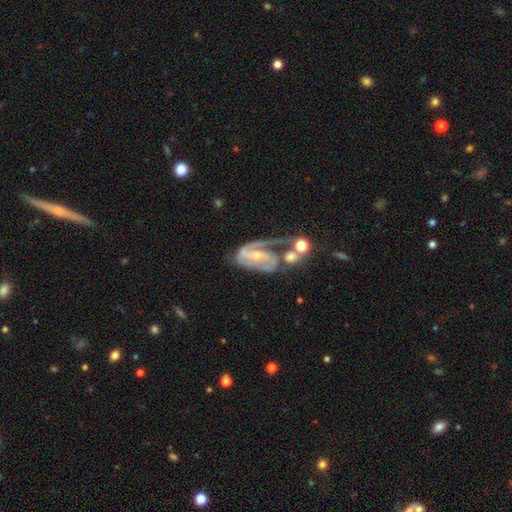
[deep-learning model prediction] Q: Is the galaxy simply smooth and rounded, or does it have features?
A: featured or disk — 87%.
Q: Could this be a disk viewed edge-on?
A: no — 97%.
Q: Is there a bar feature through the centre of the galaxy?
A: weak — 40%.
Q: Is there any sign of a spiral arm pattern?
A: yes — 95%.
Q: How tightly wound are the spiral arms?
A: medium — 47%.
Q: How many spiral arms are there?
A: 2 — 64%.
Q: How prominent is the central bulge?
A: small — 68%.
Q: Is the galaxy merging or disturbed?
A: merger — 29%.